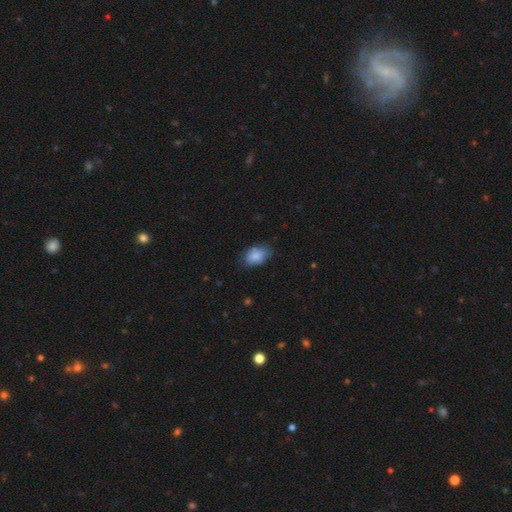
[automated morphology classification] A smooth galaxy with no disk features (85%) that is in between round and cigar-shaped (89%). Merging: none (72%).